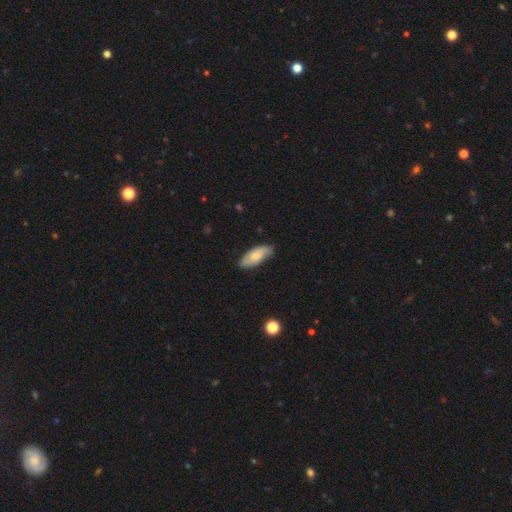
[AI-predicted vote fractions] Smooth or featured: smooth — 71% (featured or disk — 23%)
How rounded: in between — 81% (cigar-shaped — 17%)
Merging: none — 77% (minor disturbance — 19%)